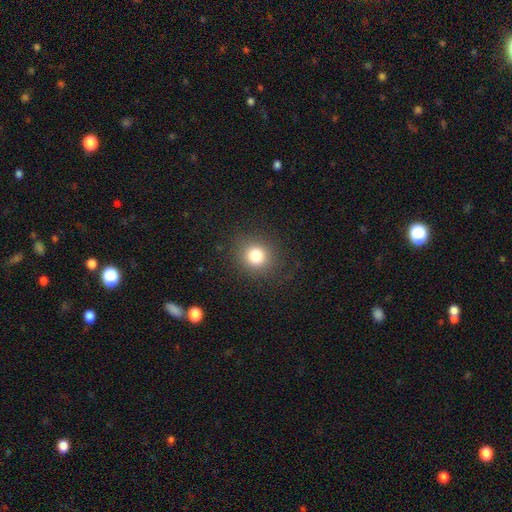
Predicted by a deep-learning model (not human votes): Smooth or featured?
  - smooth: 80% *
  - star or artifact: 13%
  - featured or disk: 7%
How rounded?
  - round: 86% *
  - in between: 13%
  - cigar-shaped: 1%
Merging?
  - none: 86% *
  - minor disturbance: 8%
  - major disturbance: 4%
  - merger: 1%